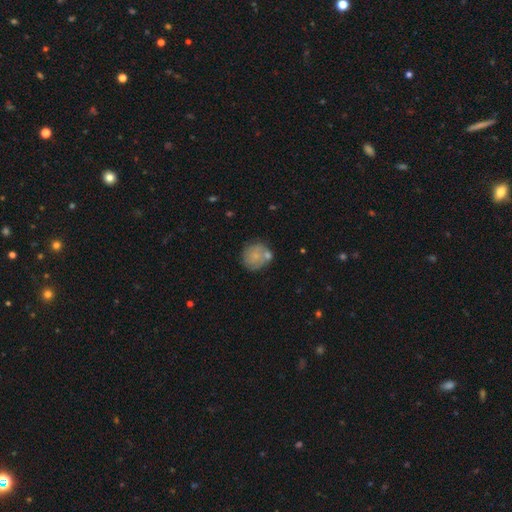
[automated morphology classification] smooth_or_featured: smooth (p=0.62) [alt: featured or disk p=0.30]
how_rounded: round (p=0.85) [alt: in between p=0.14]
merging: none (p=0.57) [alt: merger p=0.20]